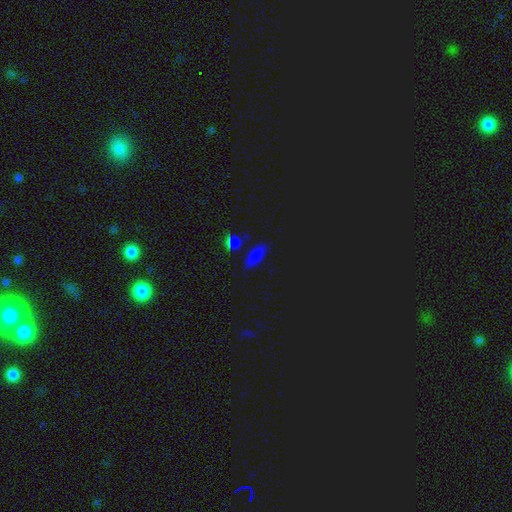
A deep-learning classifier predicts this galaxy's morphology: smooth_or_featured: smooth (p=0.68) [alt: star or artifact p=0.23]
how_rounded: in between (p=0.75) [alt: cigar-shaped p=0.18]
merging: none (p=0.81) [alt: minor disturbance p=0.11]